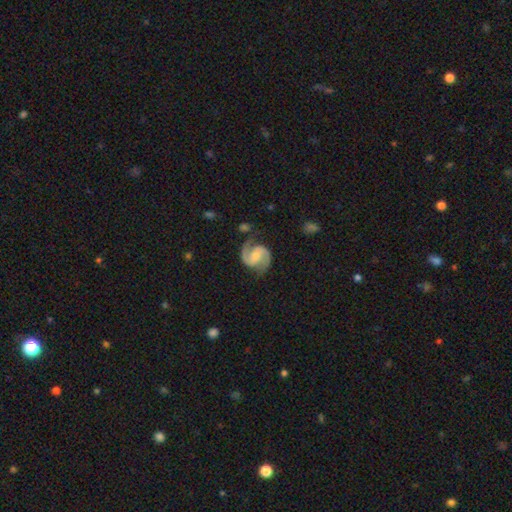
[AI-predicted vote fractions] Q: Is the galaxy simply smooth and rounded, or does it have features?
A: featured or disk — 91%.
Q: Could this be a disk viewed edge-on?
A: no — 98%.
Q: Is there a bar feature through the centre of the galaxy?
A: weak — 44%.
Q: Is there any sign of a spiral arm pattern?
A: yes — 98%.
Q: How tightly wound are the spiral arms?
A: medium — 61%.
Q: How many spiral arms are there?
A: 2 — 94%.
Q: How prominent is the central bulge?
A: moderate — 46%.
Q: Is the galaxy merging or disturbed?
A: none — 79%.